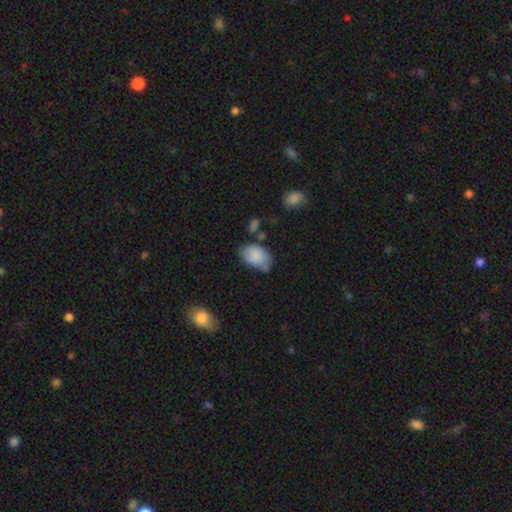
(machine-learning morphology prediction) smooth-or-featured: smooth: 85% | featured or disk: 8% | star or artifact: 7%
  how-rounded: in between: 88% | round: 11% | cigar-shaped: 1%
  merging: none: 55% | minor disturbance: 28% | merger: 9% | major disturbance: 7%